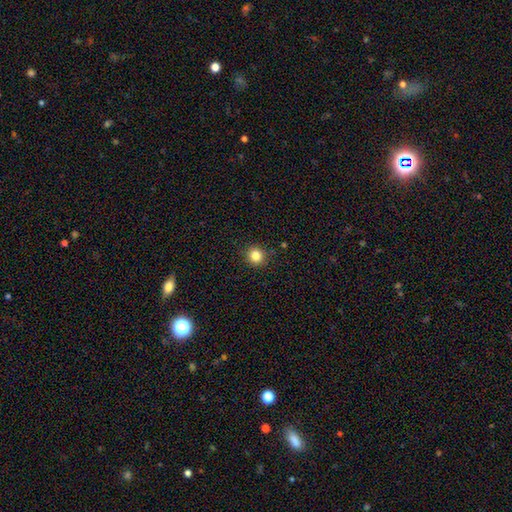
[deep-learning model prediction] A smooth galaxy with no disk features (83%) that is round (93%). Merging: none (91%).